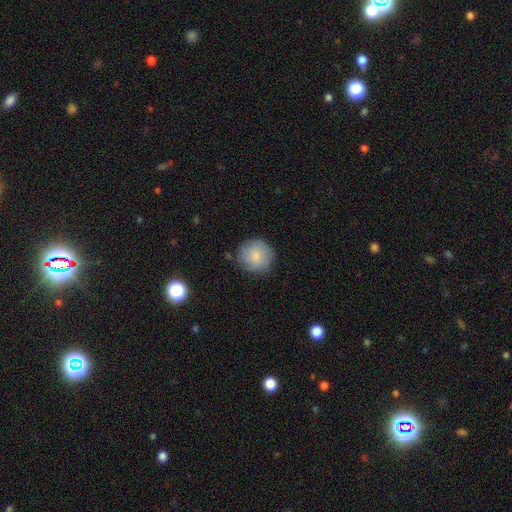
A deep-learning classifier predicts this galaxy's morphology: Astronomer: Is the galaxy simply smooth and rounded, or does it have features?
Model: smooth — 82%.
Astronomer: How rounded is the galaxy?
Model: round — 92%.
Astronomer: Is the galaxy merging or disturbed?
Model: none — 81%.